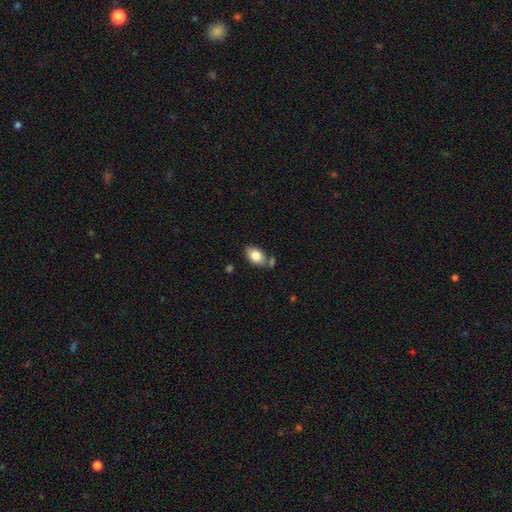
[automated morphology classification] The model was most divided on "merging": none: 68%, minor disturbance: 15%, merger: 13%, major disturbance: 4%. More confident: how rounded — in between (89%); smooth or featured — smooth (81%).